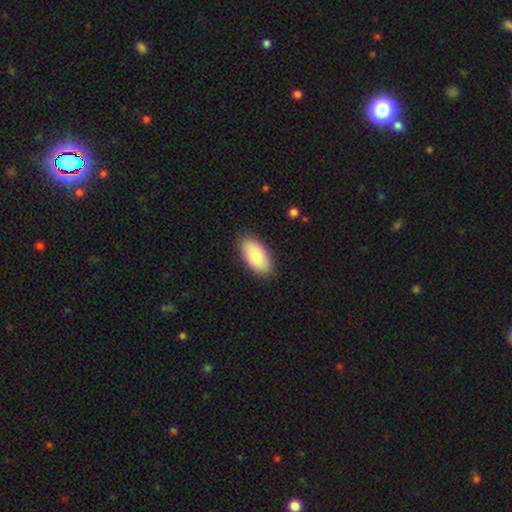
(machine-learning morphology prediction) type=smooth (78%); roundness=in between (94%); merging=none (87%).